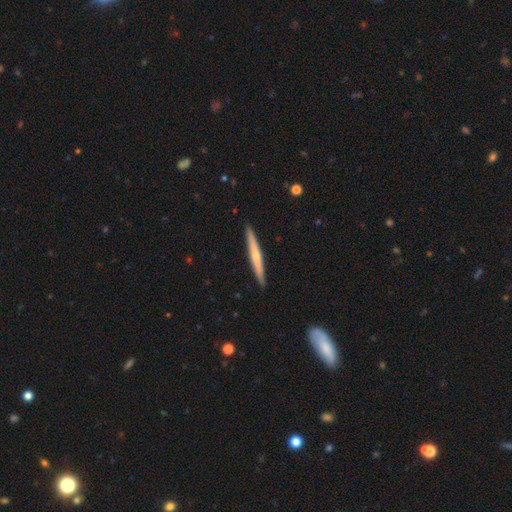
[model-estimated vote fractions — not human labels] Morphology: type=featured or disk (50%); edge-on=yes (97%); merging=none (92%).